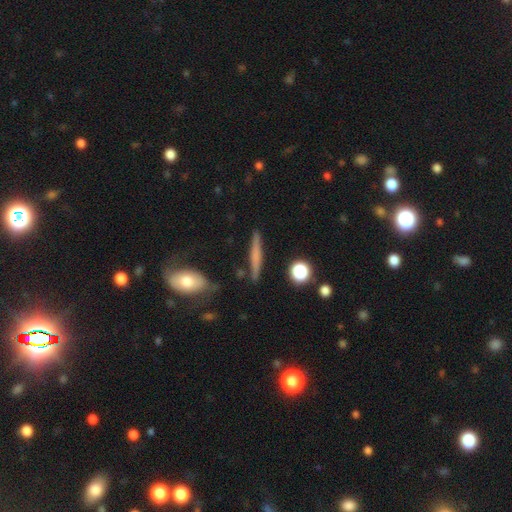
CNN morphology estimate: type=smooth (49%); merging=none (85%).